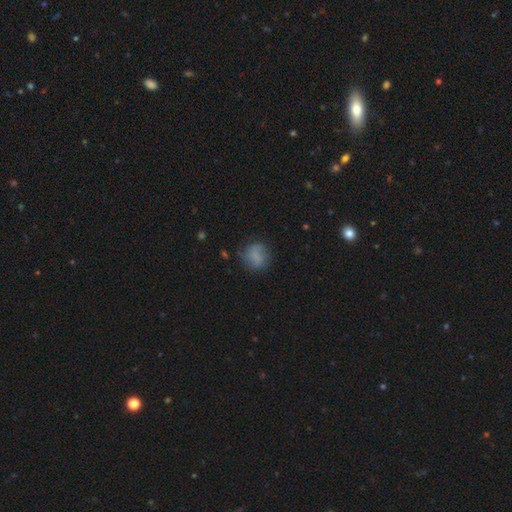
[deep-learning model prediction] This appears to be a smooth galaxy with no disk features (75%) that is round (77%). Merging: none (69%).